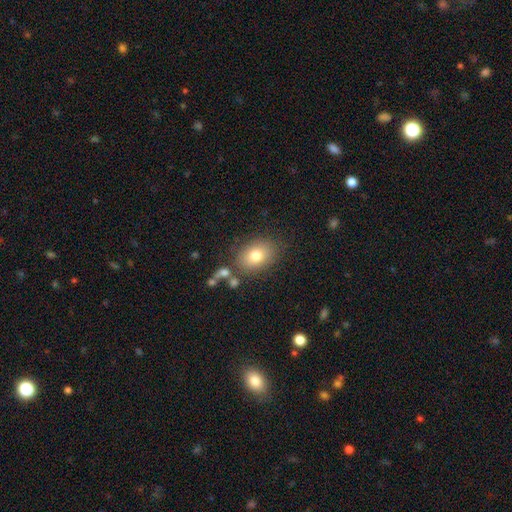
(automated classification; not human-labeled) Morphology: type=smooth (77%); roundness=in between (67%); merging=none (78%).